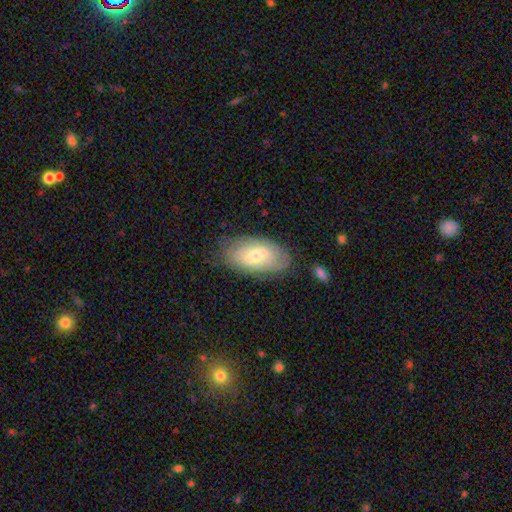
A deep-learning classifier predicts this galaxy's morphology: Smooth or featured? Predicted: featured or disk (p=0.56). Edge-on disk? Predicted: no (p=0.92). Bar? Predicted: weak (p=0.51). Spiral arms? Predicted: yes (p=0.70). Bulge size? Predicted: moderate (p=0.48). Merging? Predicted: none (p=0.76).